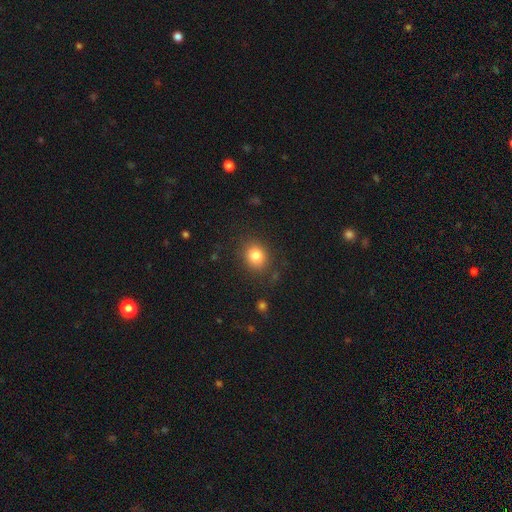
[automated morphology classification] smooth_or_featured: smooth (p=0.82) [alt: star or artifact p=0.11]
how_rounded: round (p=0.68) [alt: in between p=0.31]
merging: none (p=0.84) [alt: minor disturbance p=0.11]